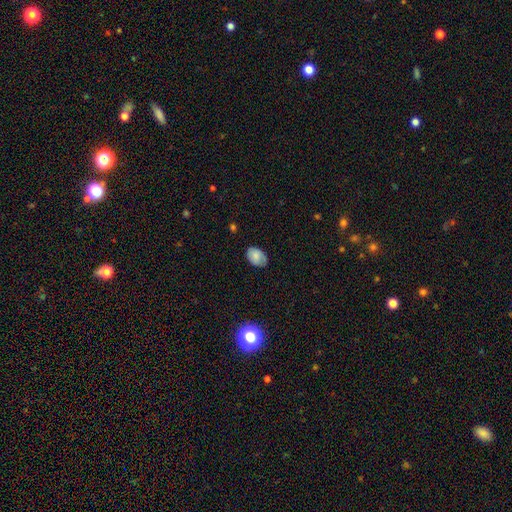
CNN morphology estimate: smooth 77%, featured or disk 15%, star or artifact 9%. Down the decision tree: how rounded — in between (80%); merging — none (68%).